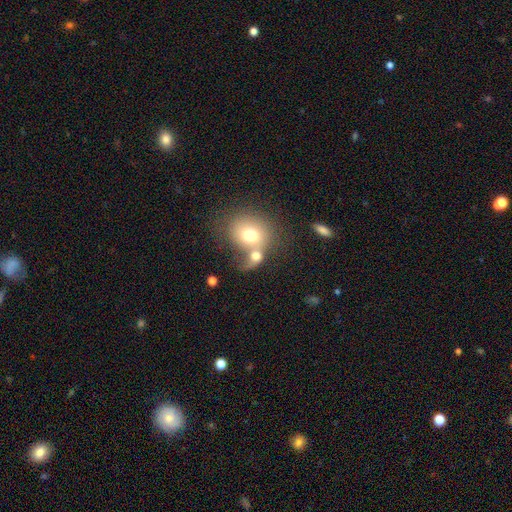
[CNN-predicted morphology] The model was most divided on "how rounded": round: 62%, in between: 37%, cigar-shaped: 2%. More confident: smooth or featured — smooth (67%); merging — merger (57%).